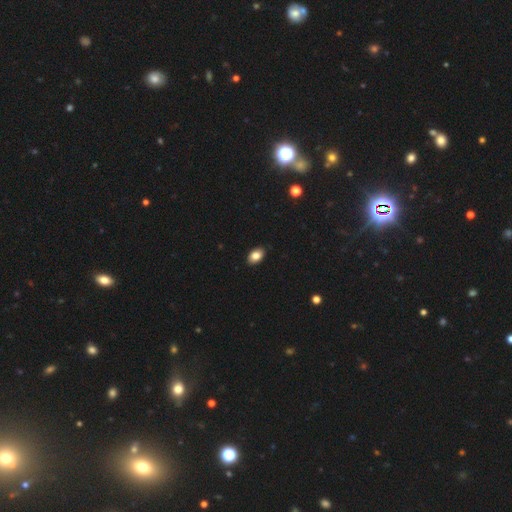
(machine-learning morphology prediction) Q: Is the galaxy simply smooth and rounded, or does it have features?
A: smooth — 84%.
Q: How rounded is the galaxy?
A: in between — 88%.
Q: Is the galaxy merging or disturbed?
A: none — 90%.